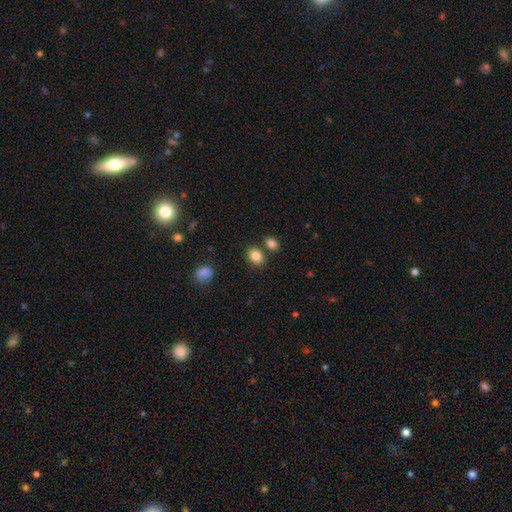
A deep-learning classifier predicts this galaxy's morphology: Overall: smooth (84%). How rounded: in between (52%; round 47%). Merging: none (74%).